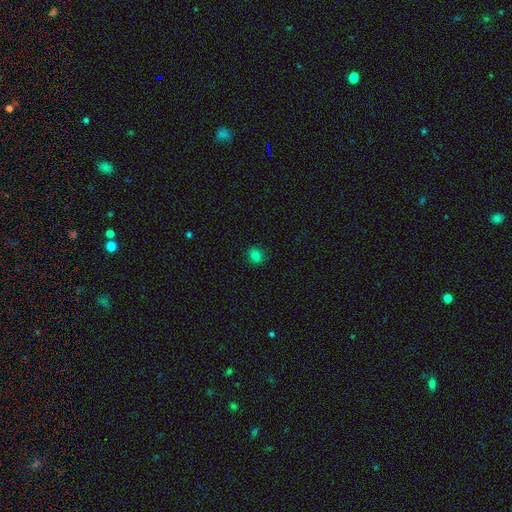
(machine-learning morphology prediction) Smooth or featured? smooth (80%)
How rounded? round (78%)
Merging? none (90%)